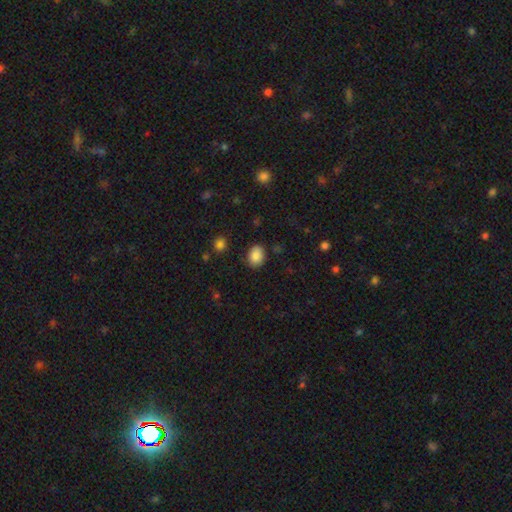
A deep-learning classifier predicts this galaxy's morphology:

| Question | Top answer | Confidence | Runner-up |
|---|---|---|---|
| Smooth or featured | smooth | 86% | star or artifact (9%) |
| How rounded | in between | 60% | round (39%) |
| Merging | none | 85% | minor disturbance (11%) |